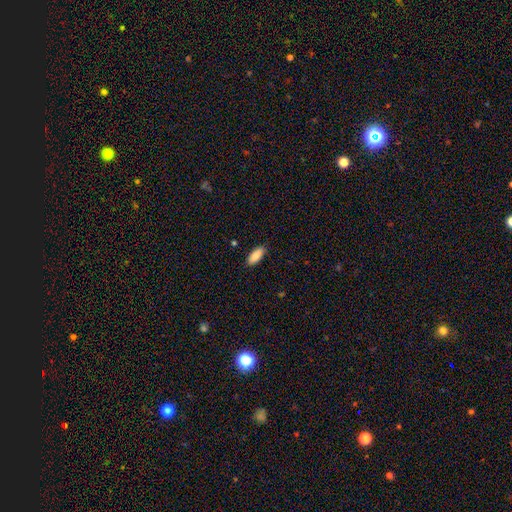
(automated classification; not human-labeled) Morphology: type=smooth (88%); roundness=in between (82%); merging=none (87%).